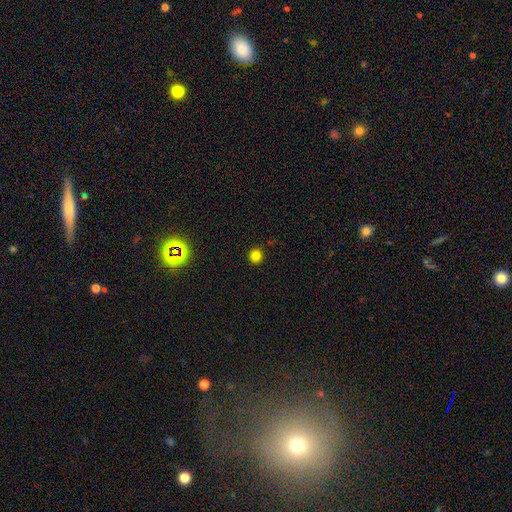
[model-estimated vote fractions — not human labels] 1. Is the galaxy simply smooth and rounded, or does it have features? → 81% smooth, 15% star or artifact, 4% featured or disk.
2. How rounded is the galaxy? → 92% round, 7% in between, 1% cigar-shaped.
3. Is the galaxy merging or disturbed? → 91% none, 6% minor disturbance, 2% major disturbance, 2% merger.